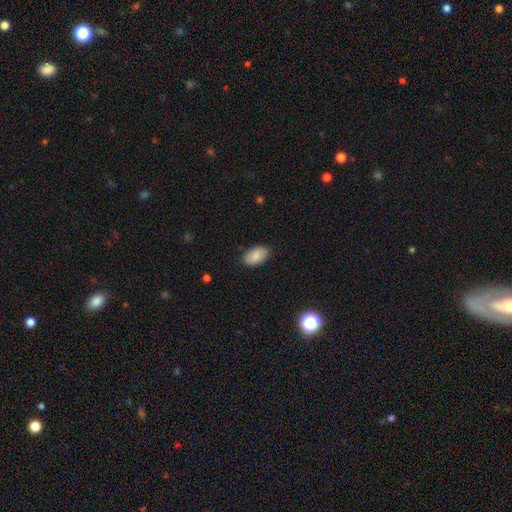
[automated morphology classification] smooth-or-featured: smooth: 87% | star or artifact: 7% | featured or disk: 6%
  how-rounded: in between: 94% | round: 5% | cigar-shaped: 1%
  merging: none: 85% | minor disturbance: 11% | major disturbance: 2% | merger: 1%